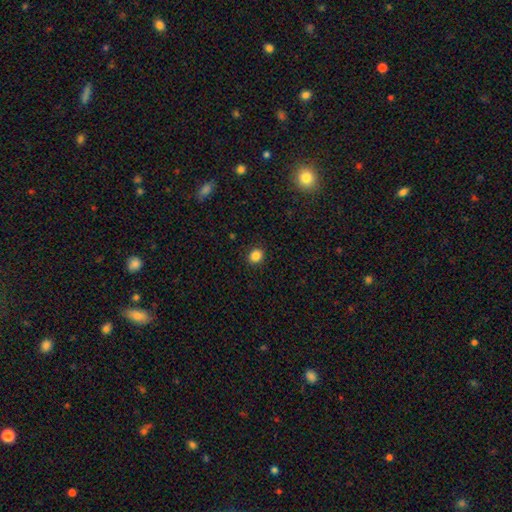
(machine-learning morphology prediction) A smooth galaxy with no disk features (85%) that is round (73%).

Vote fractions:
- Smooth or featured? smooth: 85% / star or artifact: 11% / featured or disk: 4%
- How rounded? round: 73% / in between: 26% / cigar-shaped: 1%
- Merging? none: 91% / minor disturbance: 6% / major disturbance: 2% / merger: 1%